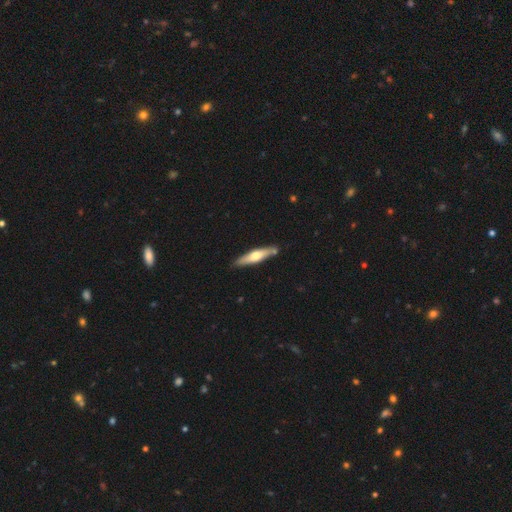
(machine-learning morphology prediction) A featured or disk galaxy (51%) viewed edge-on (92%).

Vote fractions:
- Smooth or featured? featured or disk: 51% / smooth: 44% / star or artifact: 5%
- Edge-on disk? yes: 92% / no: 8%
- Merging? none: 82% / minor disturbance: 11% / merger: 5% / major disturbance: 2%